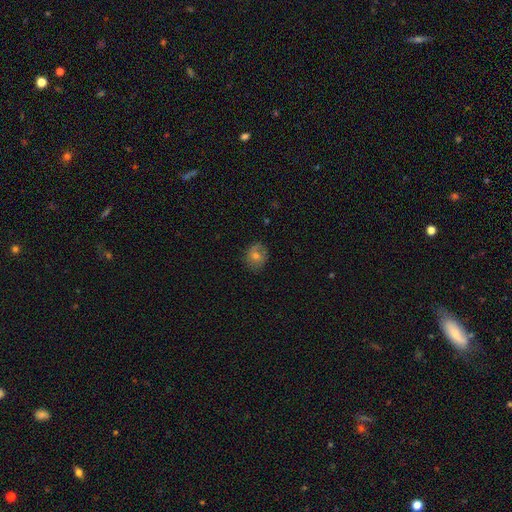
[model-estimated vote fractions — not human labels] The model was most divided on "smooth or featured": smooth: 60%, featured or disk: 27%, star or artifact: 13%. More confident: merging — none (75%); how rounded — round (74%).